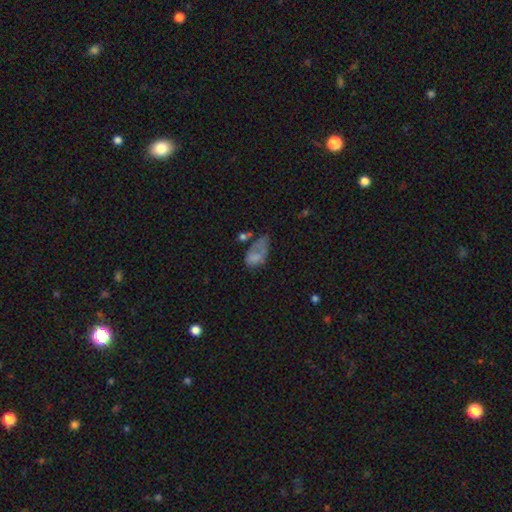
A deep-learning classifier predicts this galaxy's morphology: A smooth galaxy with no disk features (63%) that is in between round and cigar-shaped (89%).

Vote fractions:
- Smooth or featured? smooth: 63% / featured or disk: 25% / star or artifact: 12%
- How rounded? in between: 89% / round: 9% / cigar-shaped: 2%
- Merging? major disturbance: 38% / minor disturbance: 27% / none: 22% / merger: 13%